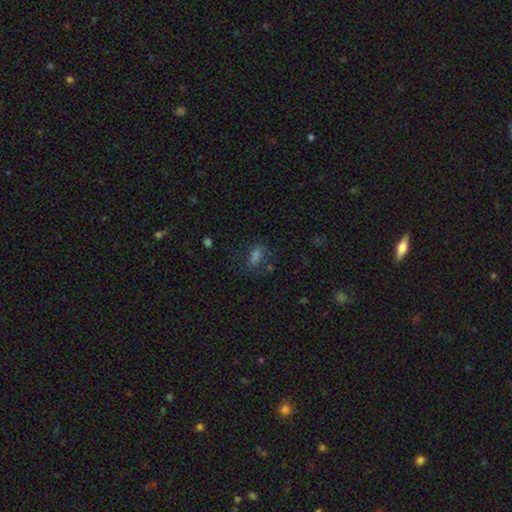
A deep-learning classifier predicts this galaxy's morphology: Q: Smooth or featured?
A: smooth (60%); runner-up: star or artifact (27%)
Q: How rounded?
A: in between (76%); runner-up: cigar-shaped (12%)
Q: Merging?
A: none (69%); runner-up: minor disturbance (18%)